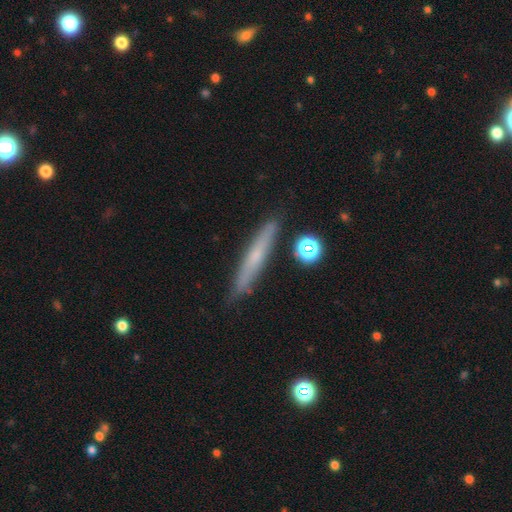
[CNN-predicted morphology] This is possibly a smooth galaxy (50%). Merging: clearly none (85%).